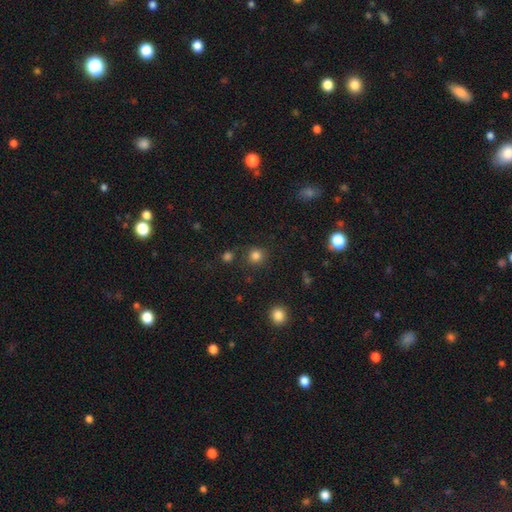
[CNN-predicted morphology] This appears to be a smooth galaxy with no disk features (81%) that is round (91%). Merging: none (84%).